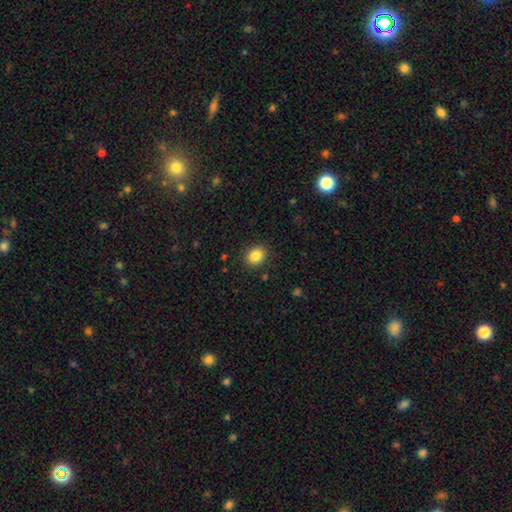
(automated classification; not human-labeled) Overall: smooth (85%). How rounded: round (63%; in between 36%). Merging: none (88%).